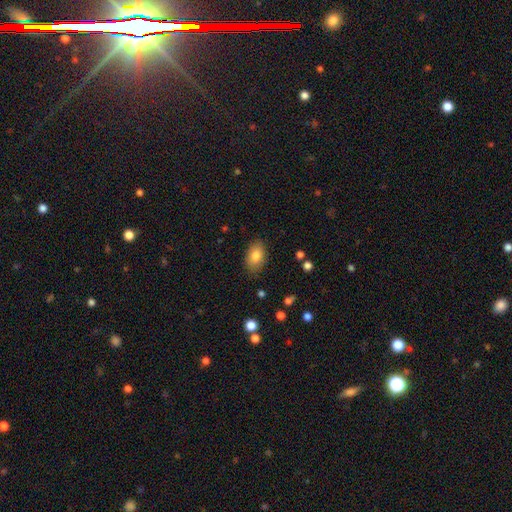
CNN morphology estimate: This is clearly a smooth galaxy (82%). How rounded: clearly in between (87%). Merging: clearly none (84%).